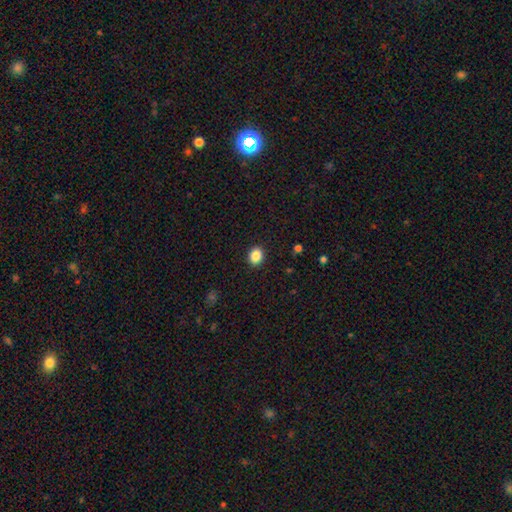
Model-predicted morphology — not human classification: The model was most divided on "how rounded": round: 53%, in between: 46%, cigar-shaped: 1%. More confident: merging — none (91%); smooth or featured — smooth (87%).